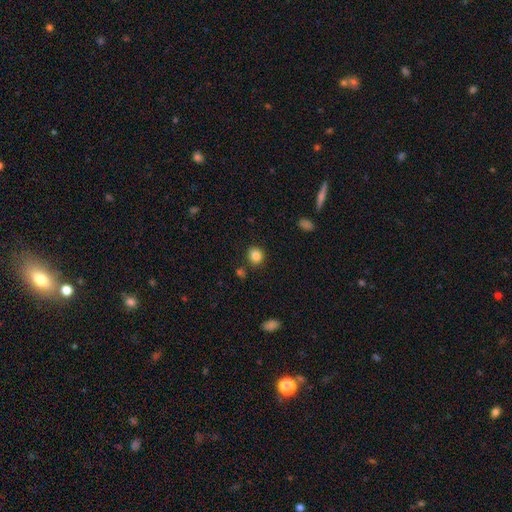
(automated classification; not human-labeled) This is clearly a smooth galaxy (85%). How rounded: likely round (76%). Merging: clearly none (84%).